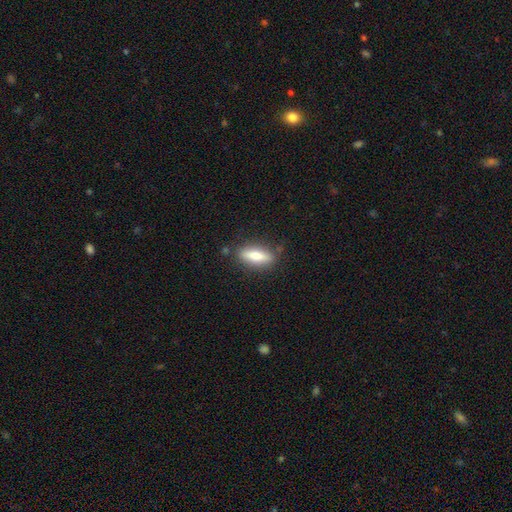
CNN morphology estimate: smooth-or-featured: smooth: 71% | featured or disk: 22% | star or artifact: 7%
  how-rounded: in between: 51% | cigar-shaped: 47% | round: 2%
  merging: none: 82% | minor disturbance: 13% | major disturbance: 3% | merger: 2%